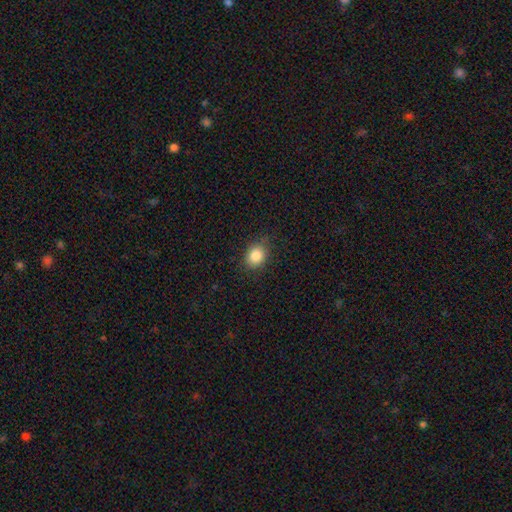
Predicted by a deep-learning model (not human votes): Smooth or featured: smooth — 86% (star or artifact — 9%)
How rounded: in between — 50% (round — 49%)
Merging: none — 81% (minor disturbance — 15%)